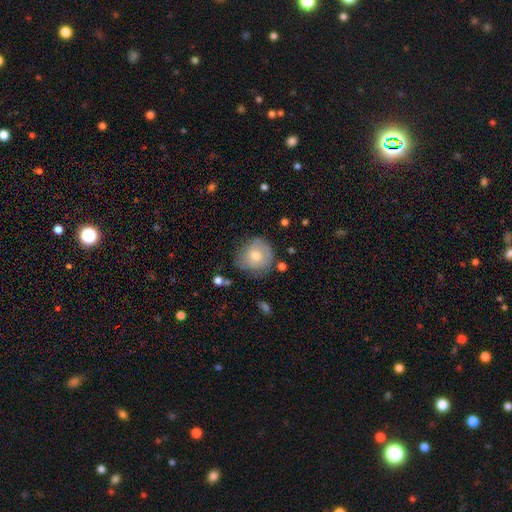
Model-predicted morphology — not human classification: Smooth or featured? smooth (69%)
How rounded? round (87%)
Merging? none (65%)